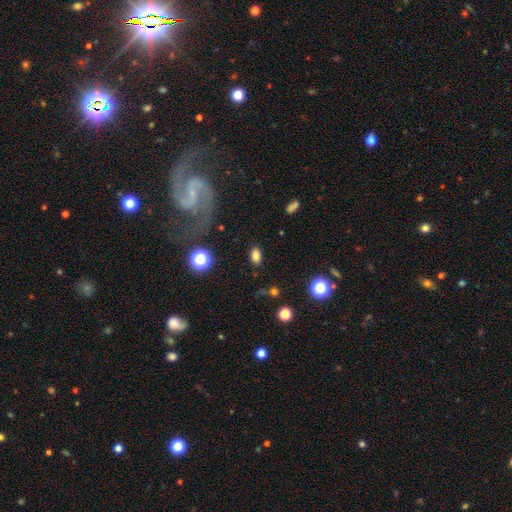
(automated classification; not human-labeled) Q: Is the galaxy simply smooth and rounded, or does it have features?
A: smooth — 81%.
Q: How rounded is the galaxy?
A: in between — 88%.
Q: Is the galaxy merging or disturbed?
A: none — 85%.